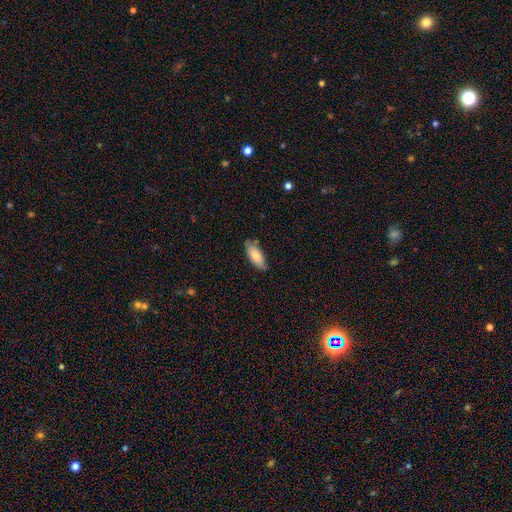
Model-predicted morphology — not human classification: A smooth galaxy with no disk features (82%) that is in between round and cigar-shaped (76%).

Vote fractions:
- Smooth or featured? smooth: 82% / featured or disk: 12% / star or artifact: 6%
- How rounded? in between: 76% / cigar-shaped: 22% / round: 2%
- Merging? none: 76% / minor disturbance: 19% / major disturbance: 3% / merger: 2%